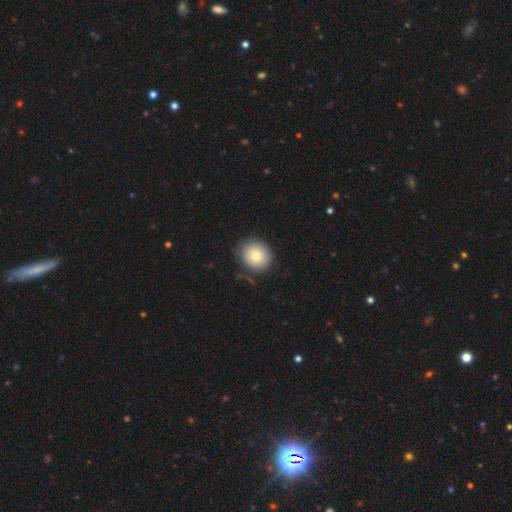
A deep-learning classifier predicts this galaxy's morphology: type=smooth (78%); roundness=round (82%); merging=none (81%).